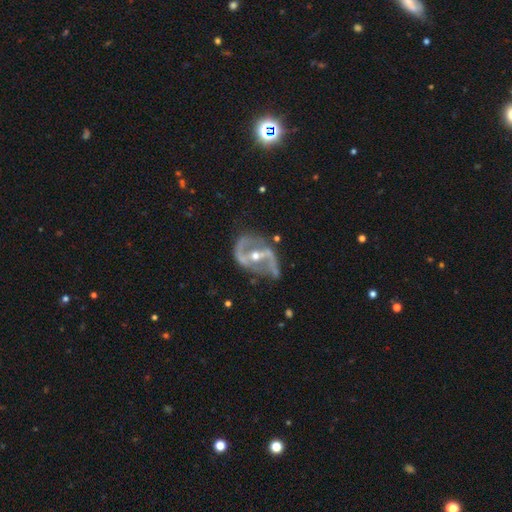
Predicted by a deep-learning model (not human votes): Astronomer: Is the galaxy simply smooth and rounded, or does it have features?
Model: featured or disk — 89%.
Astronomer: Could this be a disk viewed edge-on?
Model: no — 96%.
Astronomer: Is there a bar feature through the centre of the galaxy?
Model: strong — 50% (runner-up: weak, 31%).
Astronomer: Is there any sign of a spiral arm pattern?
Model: yes — 92%.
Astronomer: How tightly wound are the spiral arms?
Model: loose — 46% (runner-up: medium, 41%).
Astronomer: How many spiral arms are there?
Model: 2 — 89%.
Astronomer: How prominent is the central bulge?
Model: moderate — 58% (runner-up: small, 39%).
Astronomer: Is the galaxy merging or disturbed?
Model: none — 56%.